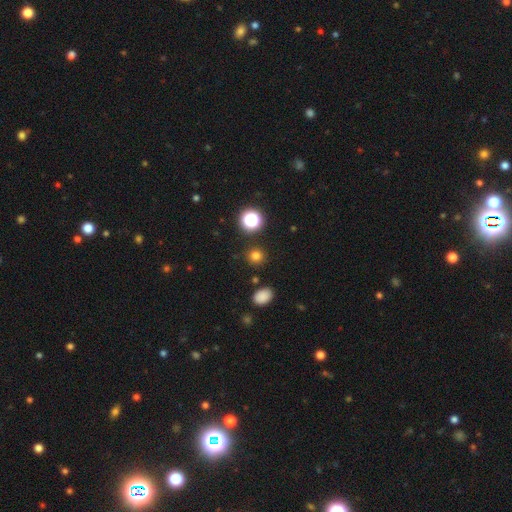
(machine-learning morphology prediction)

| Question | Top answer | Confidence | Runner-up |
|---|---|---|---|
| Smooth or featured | smooth | 77% | star or artifact (18%) |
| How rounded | round | 90% | in between (9%) |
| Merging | none | 89% | minor disturbance (6%) |